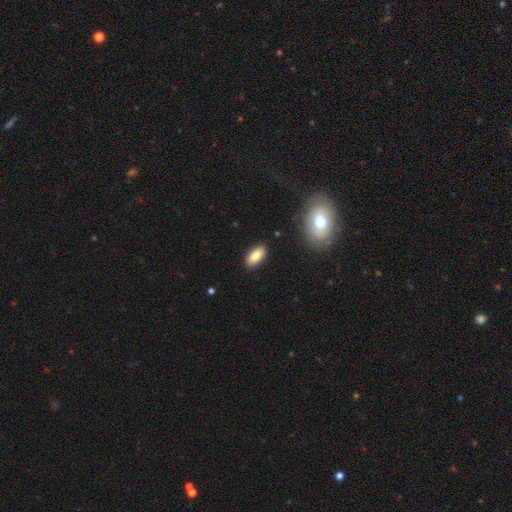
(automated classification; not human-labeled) smooth_or_featured: smooth (p=0.86) [alt: featured or disk p=0.07]
how_rounded: in between (p=0.90) [alt: cigar-shaped p=0.07]
merging: none (p=0.88) [alt: minor disturbance p=0.09]